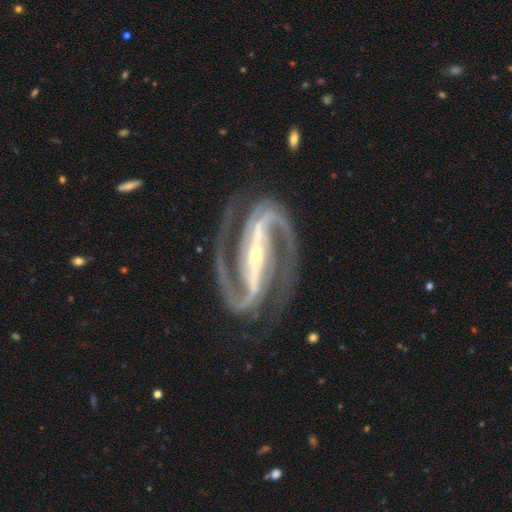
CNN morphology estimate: A featured or disk galaxy (94%) with a strong bar (84%), 2 (94%) medium (57%) spiral arms (99%) and a small central bulge (70%). Merging: none (82%).